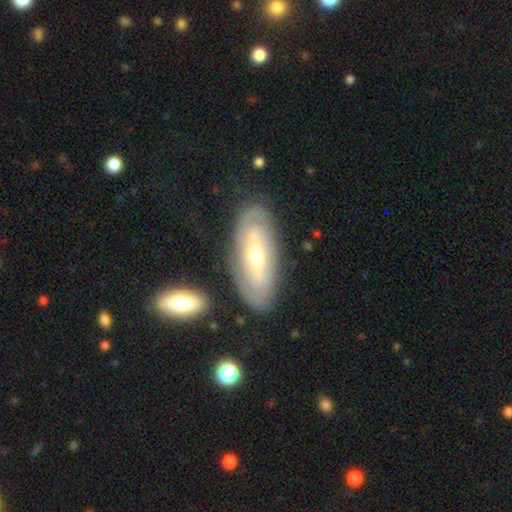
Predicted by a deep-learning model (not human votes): The model was most divided on "bar": no: 52%, weak: 32%, strong: 16%. More confident: edge-on disk — no (87%); merging — none (78%); spiral arms — yes (75%); smooth or featured — featured or disk (72%); bulge size — moderate (61%).